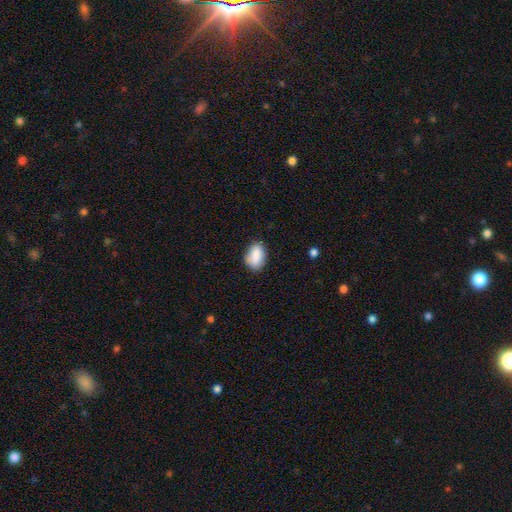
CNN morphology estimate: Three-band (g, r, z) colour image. It shows a smooth galaxy with no disk features (87%) that is in between round and cigar-shaped (87%). Merging: none (77%).